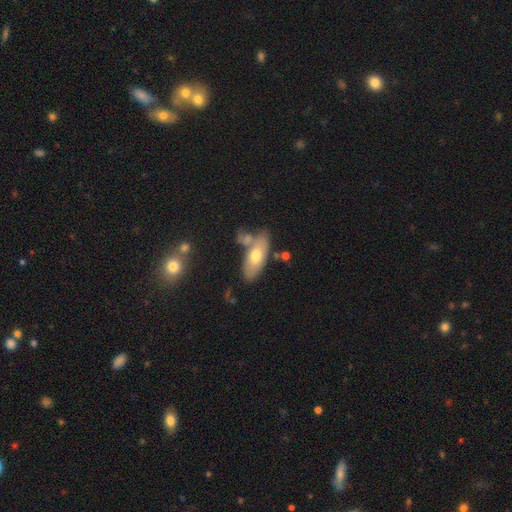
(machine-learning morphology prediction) The model was most divided on "smooth or featured": smooth: 64%, featured or disk: 30%, star or artifact: 6%. More confident: how rounded — in between (81%); merging — none (58%).